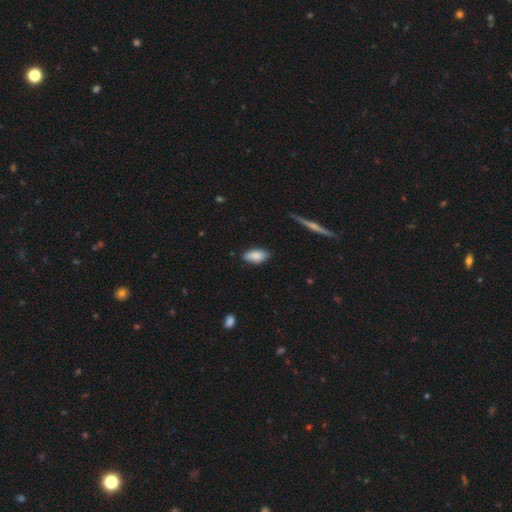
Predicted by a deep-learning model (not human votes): Morphology: type=smooth (86%); roundness=in between (92%); merging=none (82%).